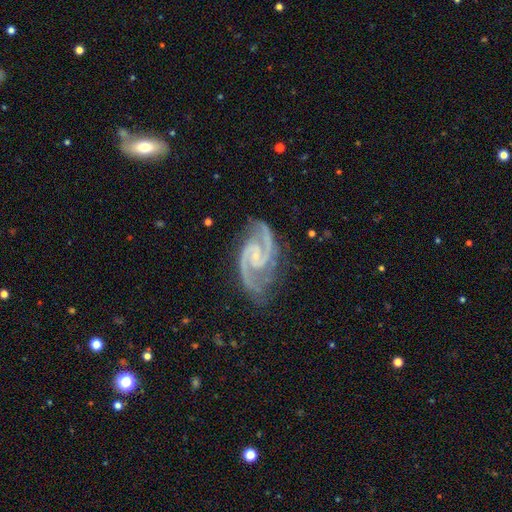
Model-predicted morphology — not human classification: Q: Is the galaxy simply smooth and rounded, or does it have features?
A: featured or disk — 94%.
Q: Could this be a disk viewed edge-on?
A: no — 98%.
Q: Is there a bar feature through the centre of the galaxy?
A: weak — 45%.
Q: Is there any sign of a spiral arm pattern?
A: yes — 99%.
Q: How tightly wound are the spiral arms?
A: medium — 62%.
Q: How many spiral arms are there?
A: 2 — 93%.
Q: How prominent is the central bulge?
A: small — 68%.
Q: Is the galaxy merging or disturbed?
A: none — 78%.